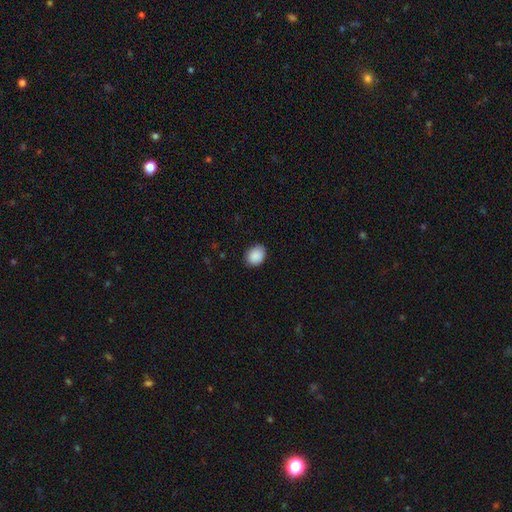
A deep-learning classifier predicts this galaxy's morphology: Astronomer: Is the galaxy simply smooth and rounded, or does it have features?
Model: smooth — 89%.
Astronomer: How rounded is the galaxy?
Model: in between — 51% (runner-up: round, 48%).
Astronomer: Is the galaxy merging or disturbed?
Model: none — 83%.